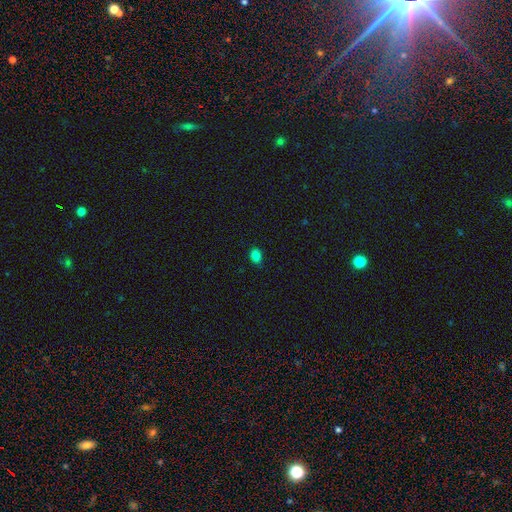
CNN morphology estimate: Smooth or featured? smooth (83%)
How rounded? in between (64%)
Merging? none (84%)